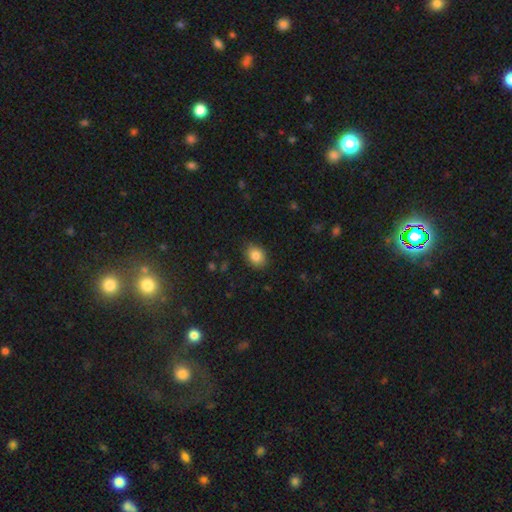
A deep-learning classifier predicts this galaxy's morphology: smooth-or-featured: smooth: 85% | star or artifact: 9% | featured or disk: 6%
  how-rounded: in between: 61% | round: 38% | cigar-shaped: 1%
  merging: none: 85% | minor disturbance: 12% | major disturbance: 3% | merger: 1%